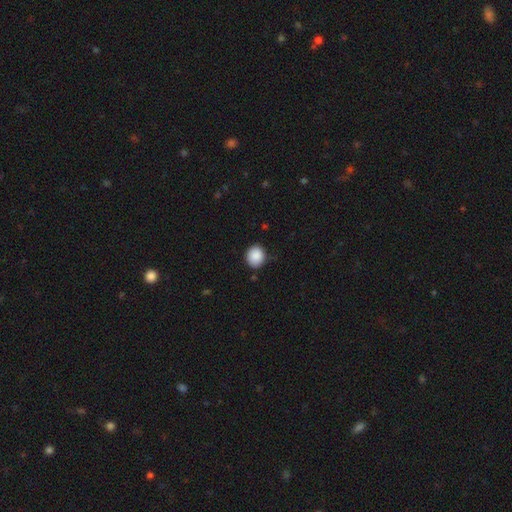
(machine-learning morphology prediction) Overall: smooth (89%). How rounded: round (72%). Merging: none (82%).